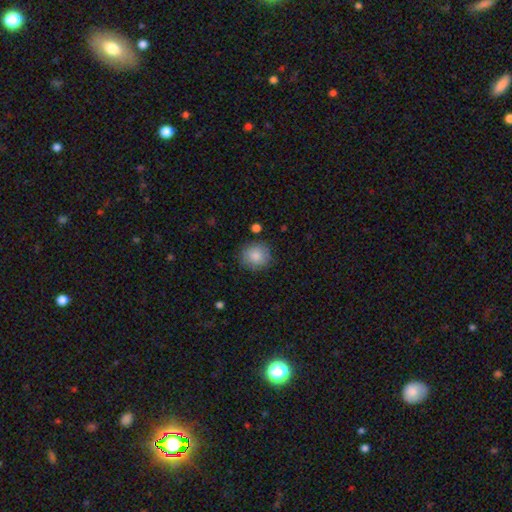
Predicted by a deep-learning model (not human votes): Q: Smooth or featured?
A: smooth (84%); runner-up: featured or disk (8%)
Q: How rounded?
A: round (85%); runner-up: in between (14%)
Q: Merging?
A: none (83%); runner-up: minor disturbance (12%)